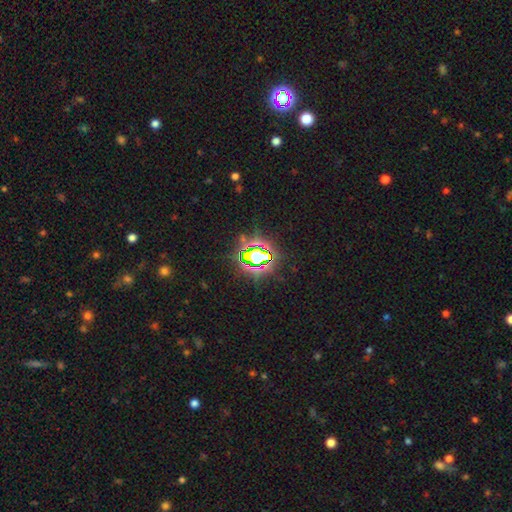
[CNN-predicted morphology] smooth-or-featured: star or artifact: 72% | smooth: 17% | featured or disk: 11%